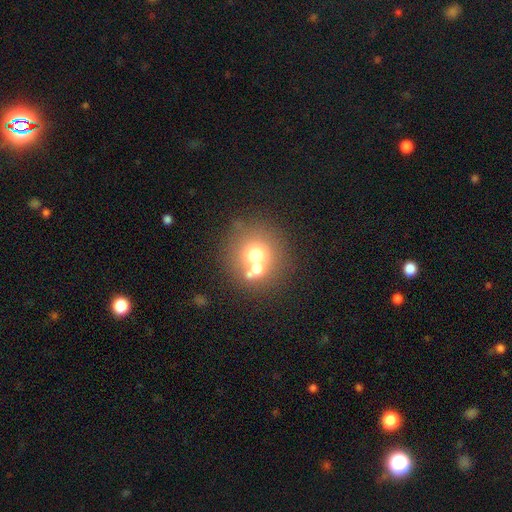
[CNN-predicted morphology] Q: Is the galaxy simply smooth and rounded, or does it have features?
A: smooth — 62%.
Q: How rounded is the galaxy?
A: round — 89%.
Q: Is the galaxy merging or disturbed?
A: none — 50%.